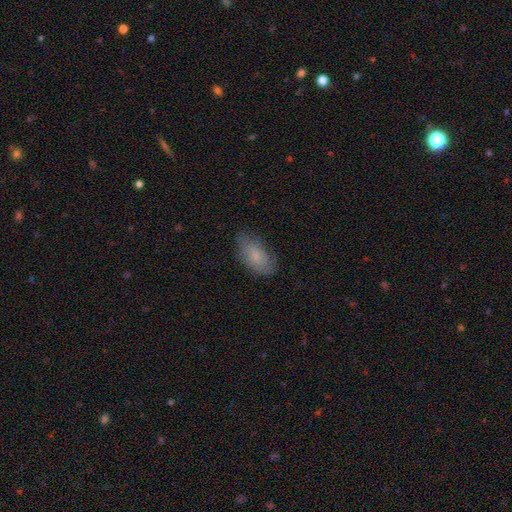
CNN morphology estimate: Smooth or featured?
  - smooth: 77% *
  - featured or disk: 16%
  - star or artifact: 7%
How rounded?
  - in between: 92% *
  - round: 4%
  - cigar-shaped: 4%
Merging?
  - none: 73% *
  - minor disturbance: 21%
  - major disturbance: 5%
  - merger: 1%